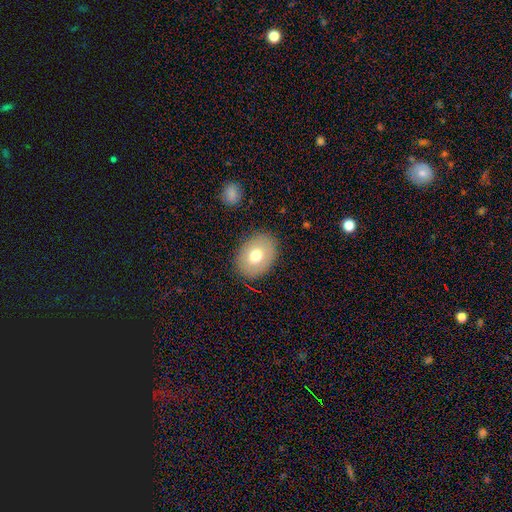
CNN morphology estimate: This appears to be a smooth galaxy with no disk features (71%) that is in between round and cigar-shaped (70%). Merging: none (86%).